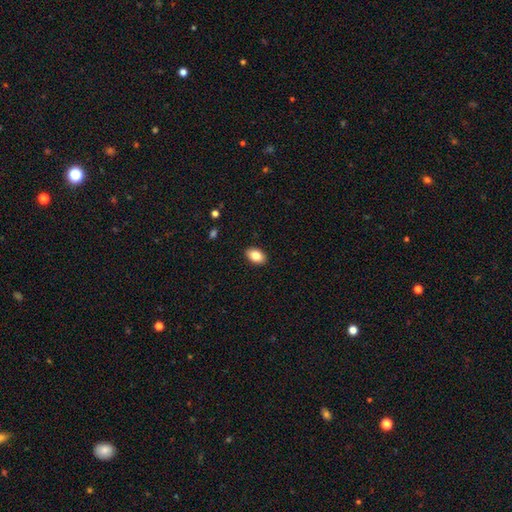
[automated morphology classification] Smooth or featured? smooth (83%)
How rounded? in between (90%)
Merging? none (90%)